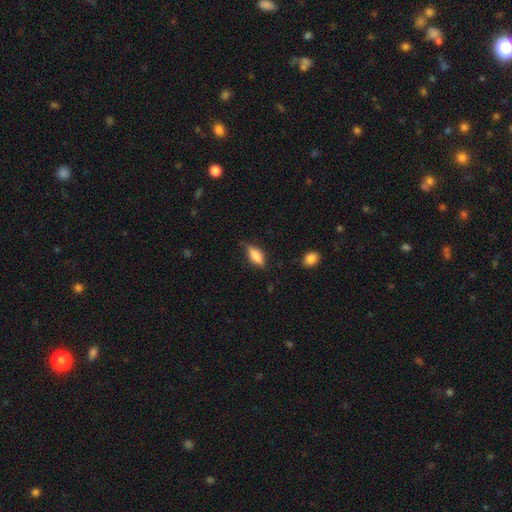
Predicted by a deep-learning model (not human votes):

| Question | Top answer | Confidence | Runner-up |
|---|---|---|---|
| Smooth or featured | smooth | 72% | featured or disk (21%) |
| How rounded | in between | 73% | cigar-shaped (24%) |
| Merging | none | 72% | minor disturbance (22%) |